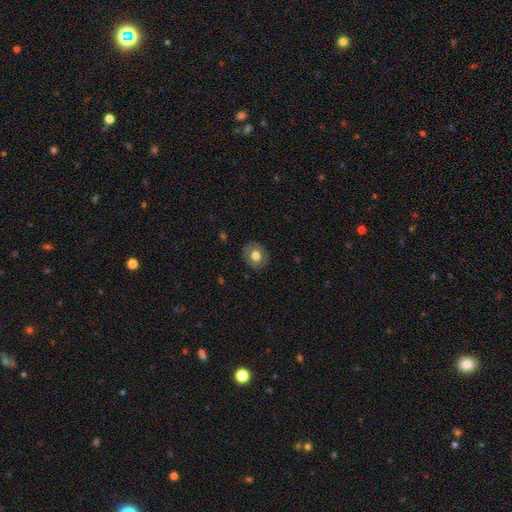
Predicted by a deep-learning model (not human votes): Smooth or featured? Predicted: smooth (p=0.64). How rounded? Predicted: round (p=0.65). Merging? Predicted: none (p=0.84).